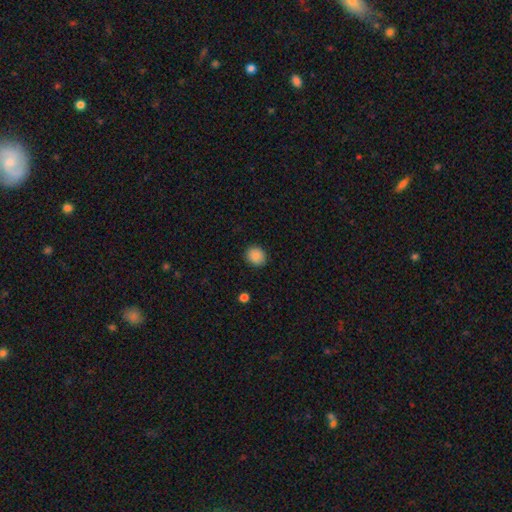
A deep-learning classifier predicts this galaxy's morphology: Smooth or featured: smooth — 88% (star or artifact — 9%)
How rounded: round — 79% (in between — 21%)
Merging: none — 90% (minor disturbance — 7%)